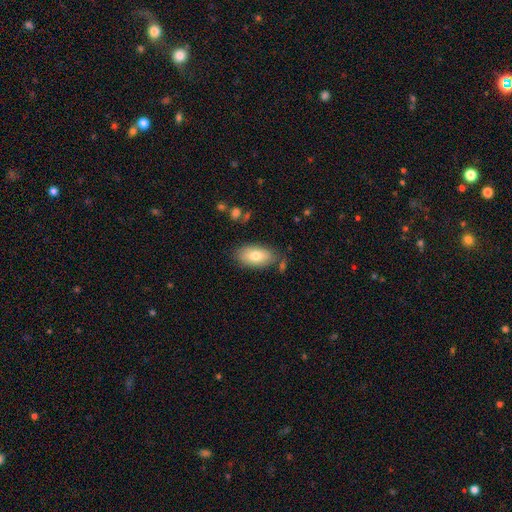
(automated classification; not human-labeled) Overall: smooth (77%). How rounded: in between (93%). Merging: none (77%).